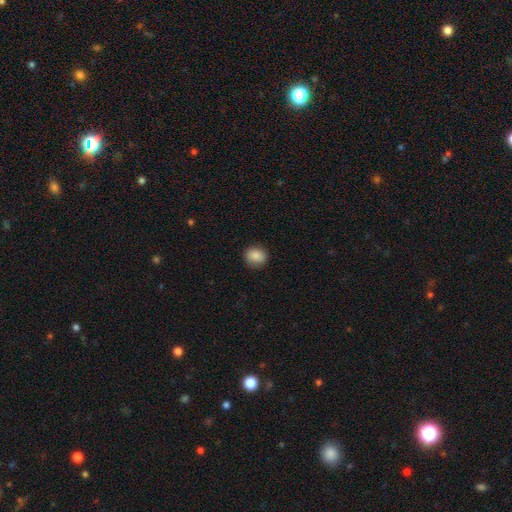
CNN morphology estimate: Q: Smooth or featured?
A: smooth (87%); runner-up: star or artifact (8%)
Q: How rounded?
A: round (72%); runner-up: in between (27%)
Q: Merging?
A: none (88%); runner-up: minor disturbance (9%)